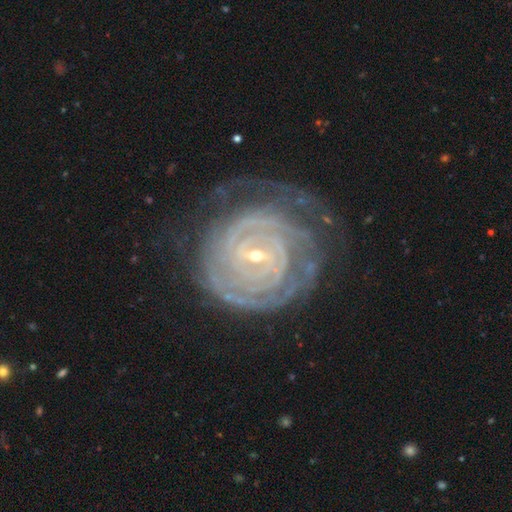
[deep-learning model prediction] smooth-or-featured: featured or disk: 89% | star or artifact: 5% | smooth: 5%
  disk-edge-on: no: 97% | yes: 3%
    bar: weak: 43% | no: 34% | strong: 24%
    has-spiral-arms: yes: 97% | no: 3%
      spiral-winding: tight: 88% | medium: 10% | loose: 2%
      spiral-arm-count: can't tell: 32% | 2: 21% | 4: 16% | 3: 14% | more than 4: 11% | 1: 6%
    bulge-size: small: 79% | moderate: 17% | large: 1% | none: 1% | dominant: 1%
  merging: none: 69% | minor disturbance: 19% | major disturbance: 11% | merger: 2%